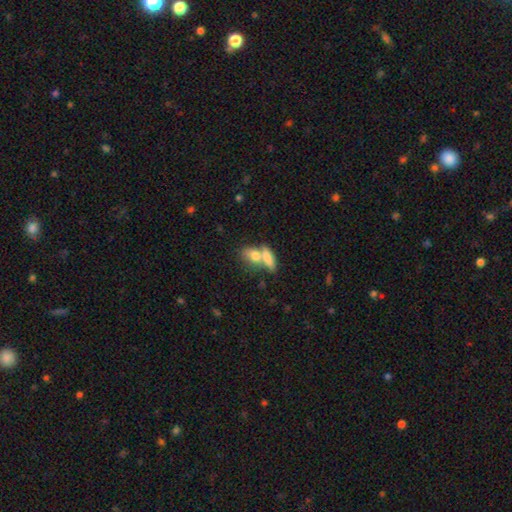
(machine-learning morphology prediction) Smooth or featured?
  - smooth: 74% *
  - featured or disk: 18%
  - star or artifact: 8%
How rounded?
  - in between: 71% *
  - cigar-shaped: 16%
  - round: 13%
Merging?
  - merger: 58% *
  - none: 30%
  - minor disturbance: 8%
  - major disturbance: 4%